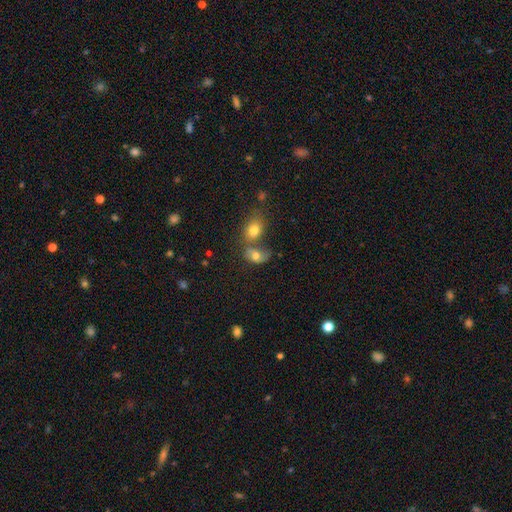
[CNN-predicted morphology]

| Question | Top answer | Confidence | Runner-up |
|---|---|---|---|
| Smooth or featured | smooth | 72% | featured or disk (18%) |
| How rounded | in between | 78% | round (20%) |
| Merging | merger | 44% | none (33%) |